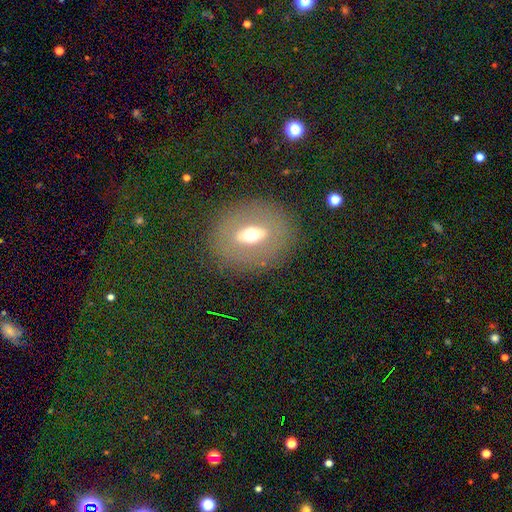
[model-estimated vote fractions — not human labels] smooth-or-featured: smooth: 49% | star or artifact: 28% | featured or disk: 23%
  merging: none: 87% | minor disturbance: 8% | major disturbance: 4% | merger: 1%